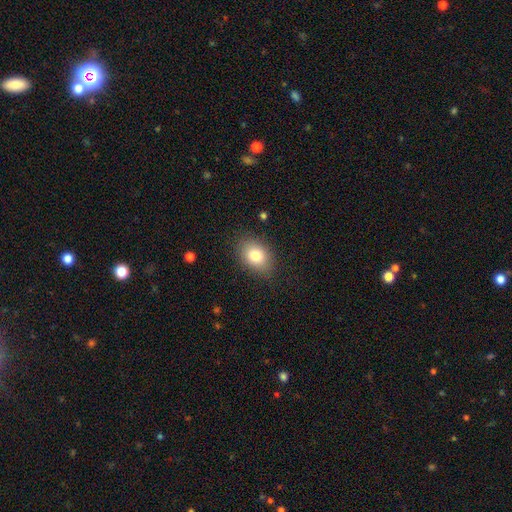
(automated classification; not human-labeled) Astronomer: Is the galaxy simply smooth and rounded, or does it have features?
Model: smooth — 81%.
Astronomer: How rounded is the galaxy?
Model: in between — 76%.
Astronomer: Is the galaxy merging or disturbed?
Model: none — 84%.